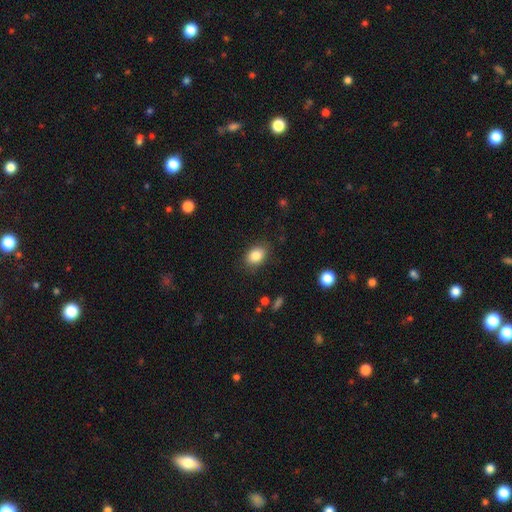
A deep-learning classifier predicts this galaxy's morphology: Overall: smooth (85%). How rounded: in between (77%). Merging: none (85%).